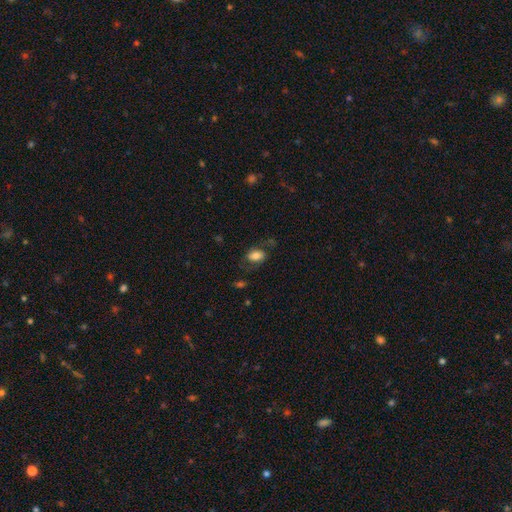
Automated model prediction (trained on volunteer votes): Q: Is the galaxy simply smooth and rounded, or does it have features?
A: smooth — 73%.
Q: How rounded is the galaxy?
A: in between — 84%.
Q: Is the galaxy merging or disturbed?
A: none — 63%.